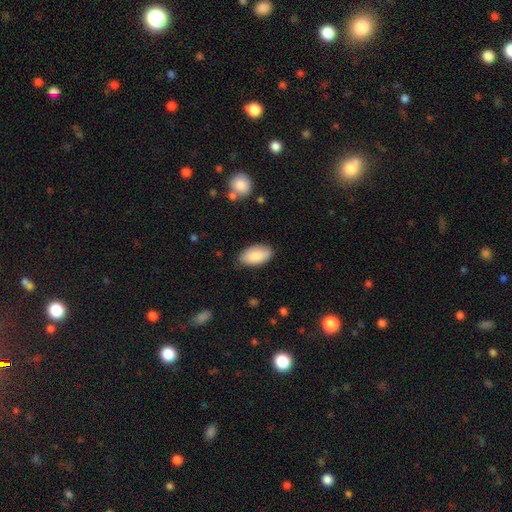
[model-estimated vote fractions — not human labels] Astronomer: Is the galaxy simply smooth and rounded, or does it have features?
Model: smooth — 86%.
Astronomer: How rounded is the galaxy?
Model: in between — 95%.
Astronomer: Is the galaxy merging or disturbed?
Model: none — 81%.